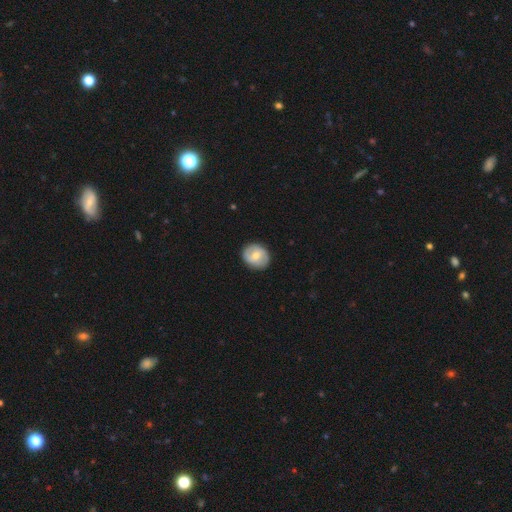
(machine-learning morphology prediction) This is possibly a smooth galaxy (50%). Merging: clearly none (87%).